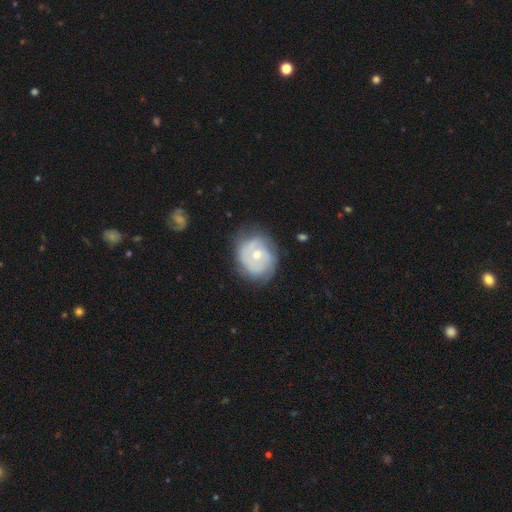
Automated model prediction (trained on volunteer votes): Smooth or featured? Predicted: featured or disk (p=0.68). Edge-on disk? Predicted: no (p=0.97). Bar? Predicted: no (p=0.76). Spiral arms? Predicted: yes (p=0.78). Spiral winding? Predicted: tight (p=0.60). Spiral arm count? Predicted: can't tell (p=0.38). Bulge size? Predicted: moderate (p=0.60). Merging? Predicted: none (p=0.66).